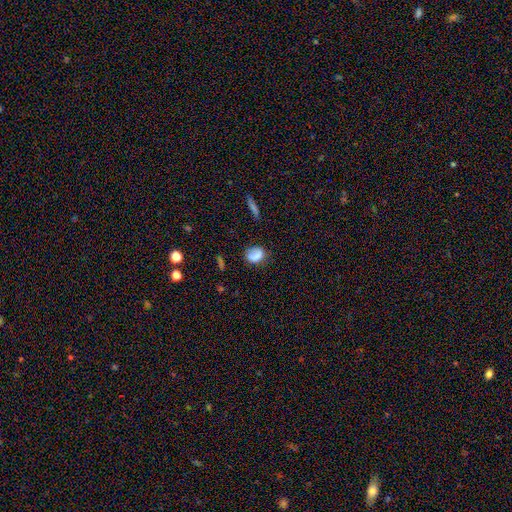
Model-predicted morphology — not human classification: This is likely a smooth galaxy (77%). How rounded: possibly in between (55%). Merging: likely none (63%).